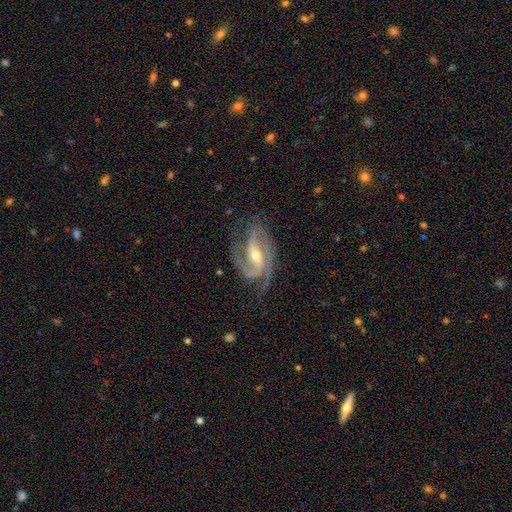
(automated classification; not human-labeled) The model was most divided on "bar": strong: 45%, weak: 36%, no: 19%. More confident: spiral arms — yes (98%); edge-on disk — no (97%); smooth or featured — featured or disk (92%); merging — none (72%); spiral arm count — 2 (63%); bulge size — moderate (56%); spiral winding — medium (51%).